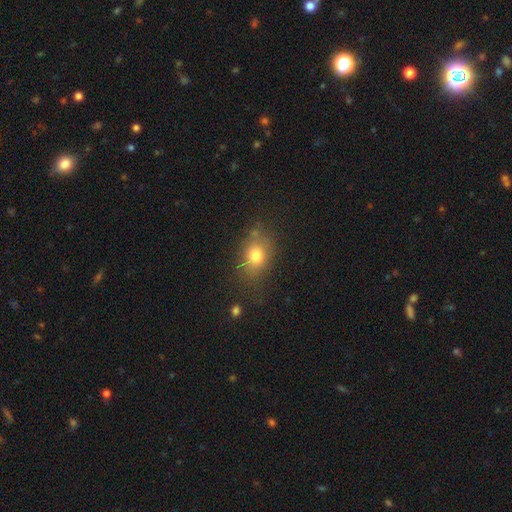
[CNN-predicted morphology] Smooth or featured? smooth (76%)
How rounded? in between (64%)
Merging? none (68%)